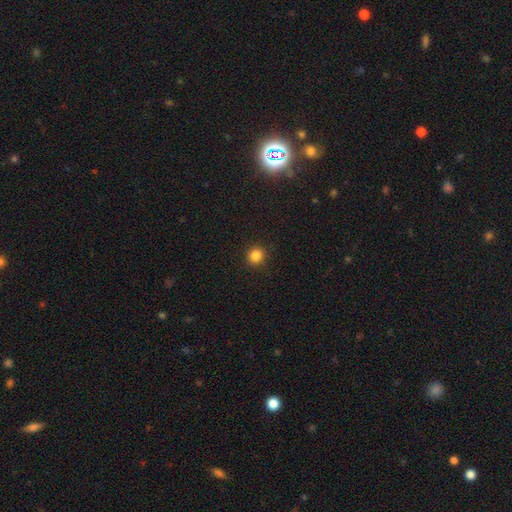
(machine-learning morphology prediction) Q: Smooth or featured?
A: smooth (84%); runner-up: star or artifact (12%)
Q: How rounded?
A: round (93%); runner-up: in between (6%)
Q: Merging?
A: none (92%); runner-up: minor disturbance (5%)